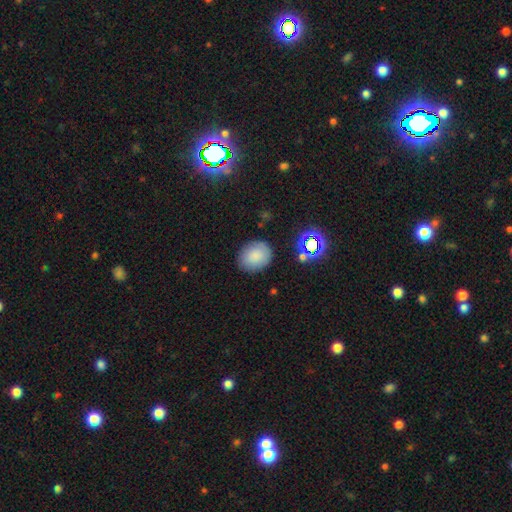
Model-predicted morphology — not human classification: This appears to be a smooth galaxy with no disk features (81%) that is round (56%). Merging: none (82%).